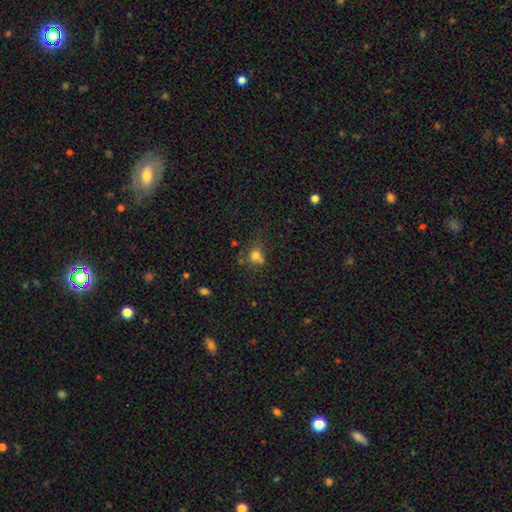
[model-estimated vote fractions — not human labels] Smooth or featured: smooth — 72% (star or artifact — 17%)
How rounded: round — 62% (in between — 37%)
Merging: none — 49% (minor disturbance — 24%)